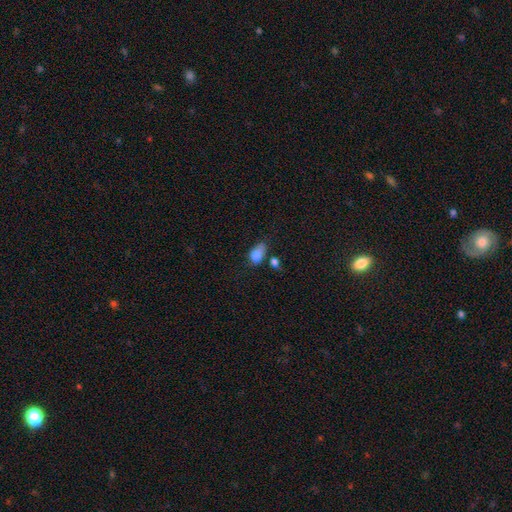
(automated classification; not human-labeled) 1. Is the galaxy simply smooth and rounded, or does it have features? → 80% smooth, 11% featured or disk, 9% star or artifact.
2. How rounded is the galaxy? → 83% in between, 14% round, 3% cigar-shaped.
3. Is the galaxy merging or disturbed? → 34% minor disturbance, 32% none, 17% merger, 17% major disturbance.